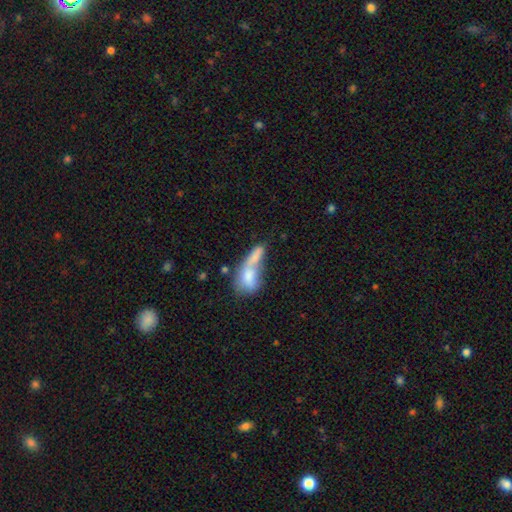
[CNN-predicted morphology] The model was most divided on "how rounded": in between: 62%, cigar-shaped: 24%, round: 14%. More confident: smooth or featured — smooth (70%); merging — merger (59%).